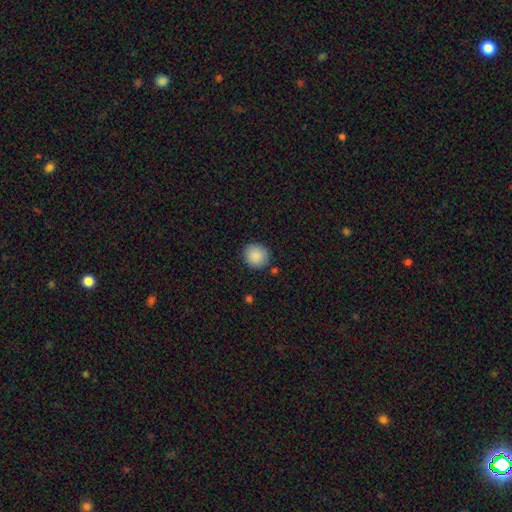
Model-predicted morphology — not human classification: Smooth or featured?
  - smooth: 89% *
  - star or artifact: 8%
  - featured or disk: 3%
How rounded?
  - round: 91% *
  - in between: 9%
  - cigar-shaped: 1%
Merging?
  - none: 88% *
  - minor disturbance: 8%
  - major disturbance: 2%
  - merger: 2%